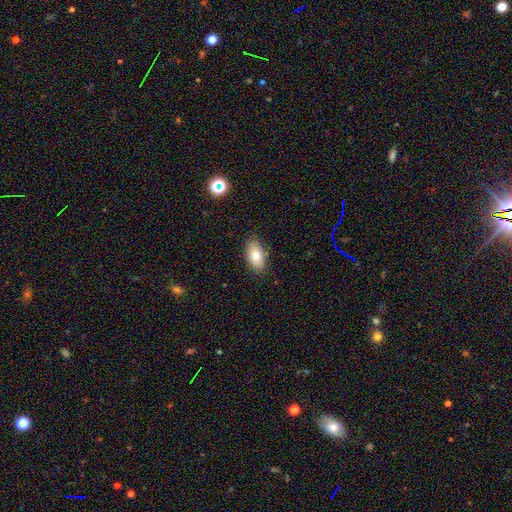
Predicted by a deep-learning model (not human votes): Smooth or featured? Predicted: smooth (p=0.76). How rounded? Predicted: in between (p=0.91). Merging? Predicted: none (p=0.85).